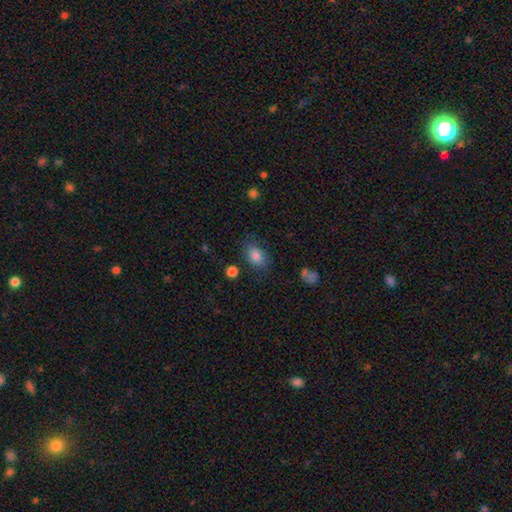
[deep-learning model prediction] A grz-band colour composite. It shows a smooth galaxy with no disk features (84%) that is in between round and cigar-shaped (77%). Merging: none (74%).